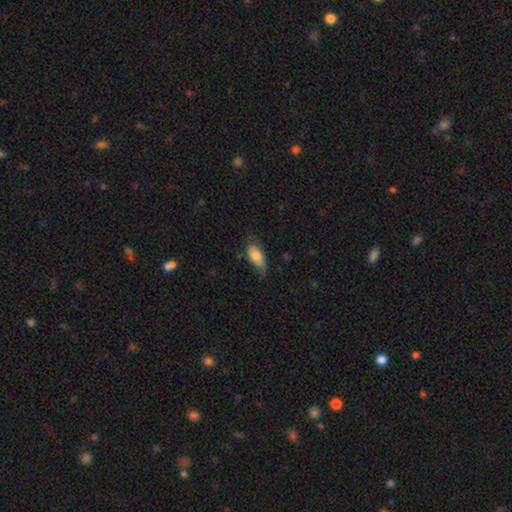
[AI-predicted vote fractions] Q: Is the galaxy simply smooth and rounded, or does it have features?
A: smooth — 77%.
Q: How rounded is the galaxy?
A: in between — 86%.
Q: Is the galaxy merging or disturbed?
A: none — 57%.